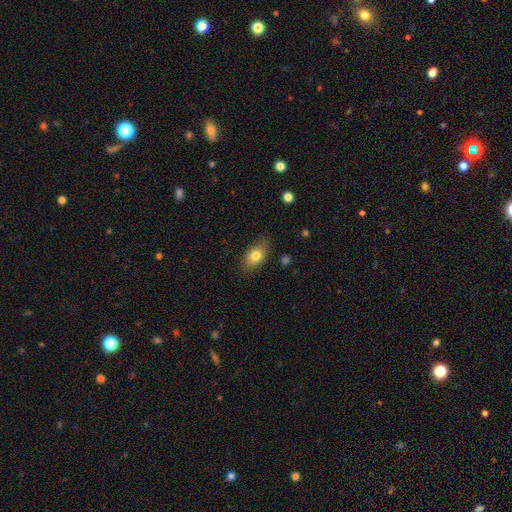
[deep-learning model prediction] smooth_or_featured: smooth (p=0.76) [alt: featured or disk p=0.15]
how_rounded: in between (p=0.84) [alt: round p=0.10]
merging: none (p=0.82) [alt: minor disturbance p=0.13]